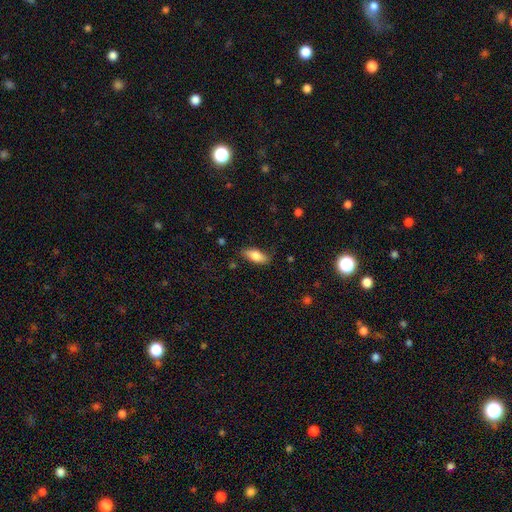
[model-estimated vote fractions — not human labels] Smooth or featured: smooth — 79% (featured or disk — 15%)
How rounded: in between — 81% (cigar-shaped — 17%)
Merging: none — 83% (minor disturbance — 13%)